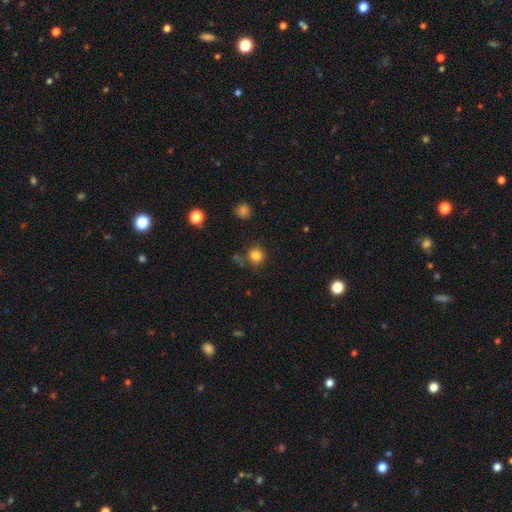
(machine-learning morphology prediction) This is clearly a smooth galaxy (82%). How rounded: clearly round (91%). Merging: likely none (73%).